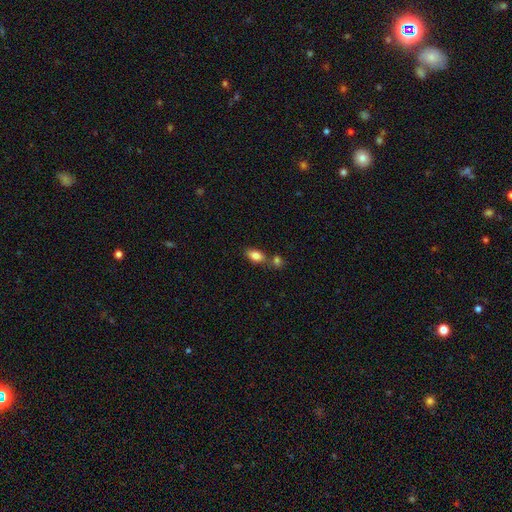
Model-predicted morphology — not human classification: The model was most divided on "merging": none: 56%, merger: 29%, minor disturbance: 11%, major disturbance: 3%. More confident: how rounded — in between (88%); smooth or featured — smooth (83%).